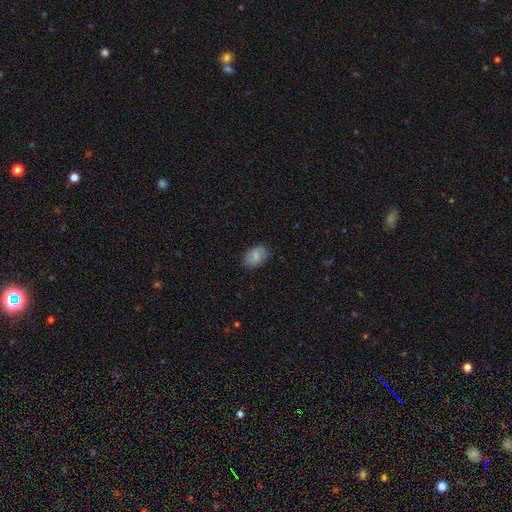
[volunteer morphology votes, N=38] Smooth or featured? 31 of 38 (82%) said smooth. How rounded? 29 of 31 (94%) said in between. Merging? 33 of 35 (94%) said none.